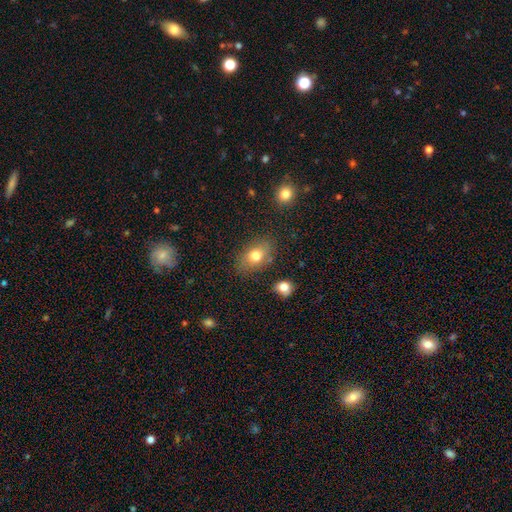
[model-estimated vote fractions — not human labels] smooth 77%, featured or disk 13%, star or artifact 9%. Down the decision tree: how rounded — in between (81%); merging — none (78%).